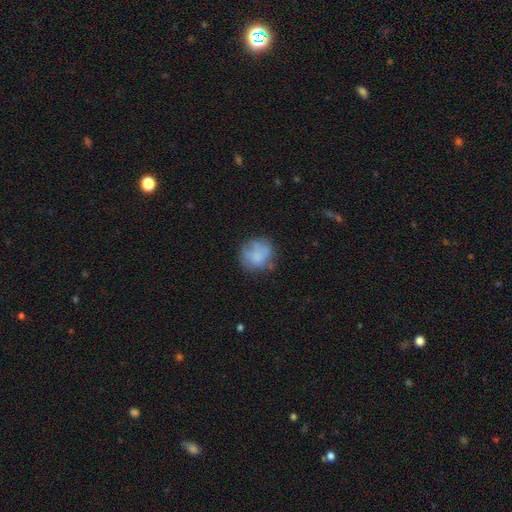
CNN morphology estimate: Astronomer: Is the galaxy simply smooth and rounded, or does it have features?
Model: smooth — 70%.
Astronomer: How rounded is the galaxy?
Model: round — 83%.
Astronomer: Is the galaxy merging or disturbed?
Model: none — 61%.